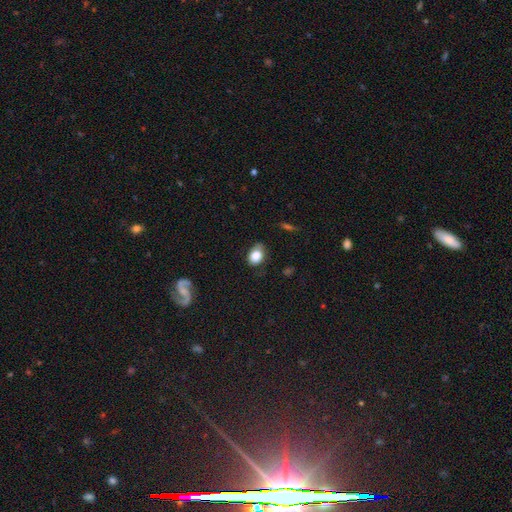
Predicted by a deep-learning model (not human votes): Q: Smooth or featured?
A: smooth (82%); runner-up: featured or disk (10%)
Q: How rounded?
A: in between (69%); runner-up: round (30%)
Q: Merging?
A: none (64%); runner-up: minor disturbance (27%)